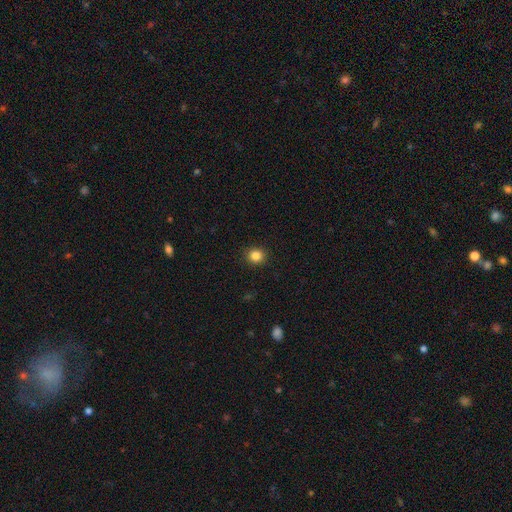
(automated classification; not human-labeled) Smooth or featured?
  - smooth: 85% *
  - star or artifact: 11%
  - featured or disk: 4%
How rounded?
  - round: 89% *
  - in between: 10%
  - cigar-shaped: 1%
Merging?
  - none: 91% *
  - minor disturbance: 6%
  - major disturbance: 2%
  - merger: 1%